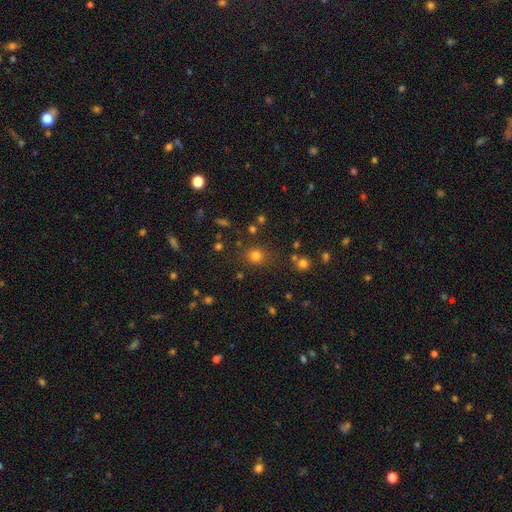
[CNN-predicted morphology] A smooth galaxy with no disk features (76%) that is round (84%).

Vote fractions:
- Smooth or featured? smooth: 76% / star or artifact: 18% / featured or disk: 6%
- How rounded? round: 84% / in between: 15% / cigar-shaped: 1%
- Merging? none: 79% / minor disturbance: 11% / merger: 5% / major disturbance: 5%